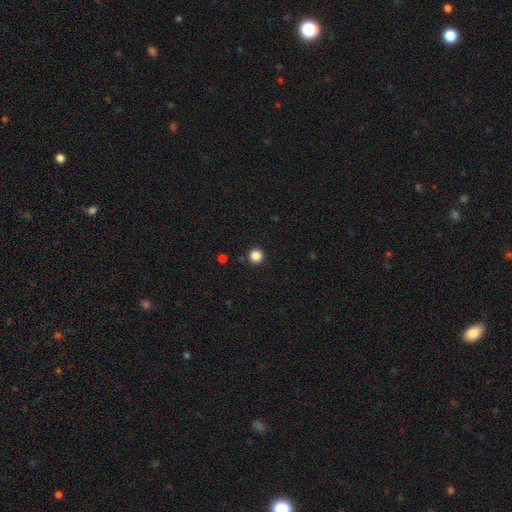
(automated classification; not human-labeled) The model was most divided on "smooth or featured": smooth: 86%, star or artifact: 12%, featured or disk: 3%. More confident: how rounded — round (96%); merging — none (91%).